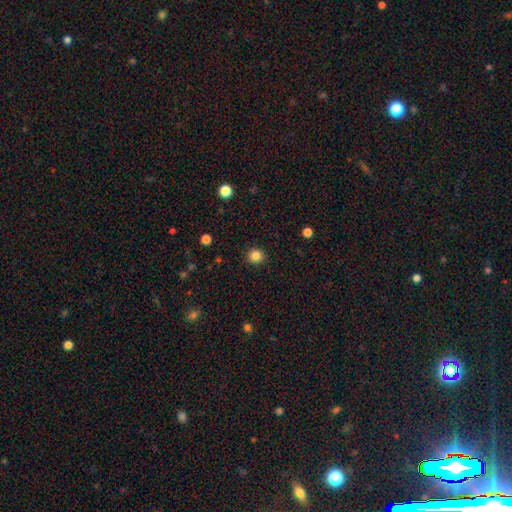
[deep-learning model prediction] Smooth or featured? Predicted: smooth (p=0.84). How rounded? Predicted: round (p=0.91). Merging? Predicted: none (p=0.91).